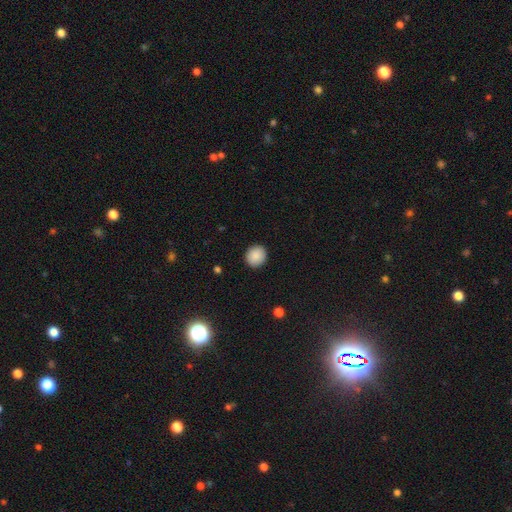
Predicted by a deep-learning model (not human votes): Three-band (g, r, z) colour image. It shows a smooth galaxy with no disk features (89%) that is round (79%). Merging: none (91%).